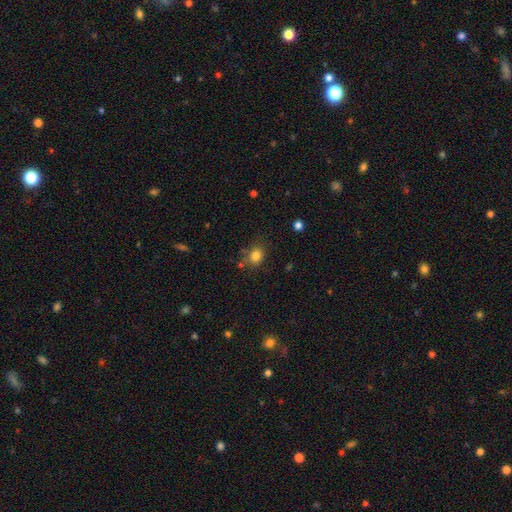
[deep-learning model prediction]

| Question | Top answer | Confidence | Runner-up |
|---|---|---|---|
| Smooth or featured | smooth | 81% | star or artifact (12%) |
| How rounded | round | 65% | in between (34%) |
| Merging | none | 70% | minor disturbance (17%) |